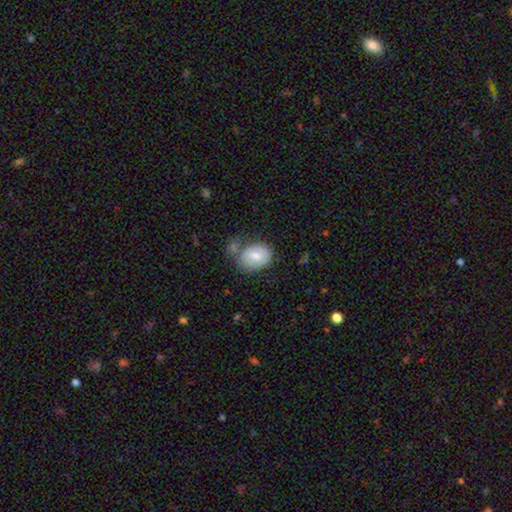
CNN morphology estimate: Smooth or featured?
  - smooth: 70% *
  - featured or disk: 24%
  - star or artifact: 7%
How rounded?
  - in between: 63% *
  - round: 36%
  - cigar-shaped: 1%
Merging?
  - none: 53% *
  - minor disturbance: 20%
  - merger: 19%
  - major disturbance: 7%